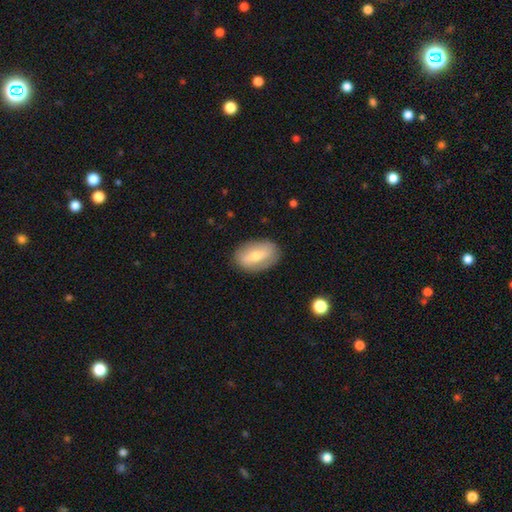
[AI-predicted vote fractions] Smooth or featured? smooth (57%)
How rounded? in between (87%)
Merging? none (83%)